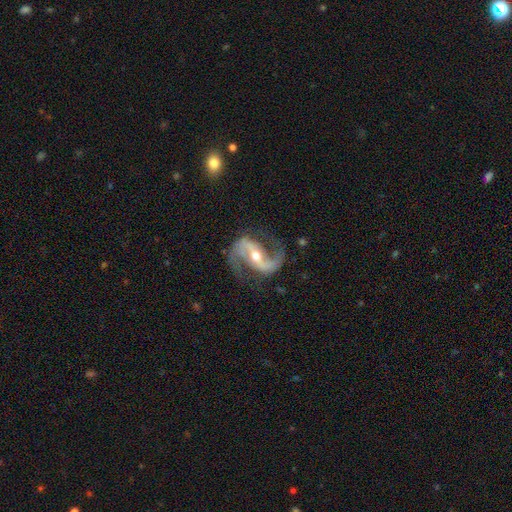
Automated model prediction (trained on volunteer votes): Overall: featured or disk (92%). Edge-on disk: no (97%). Bar: strong (48%; weak 33%). Spiral arms: yes (98%). Spiral arm count: 2 (94%). Spiral winding: medium (49%; loose 41%). Bulge size: moderate (57%; small 38%). Merging: none (79%).